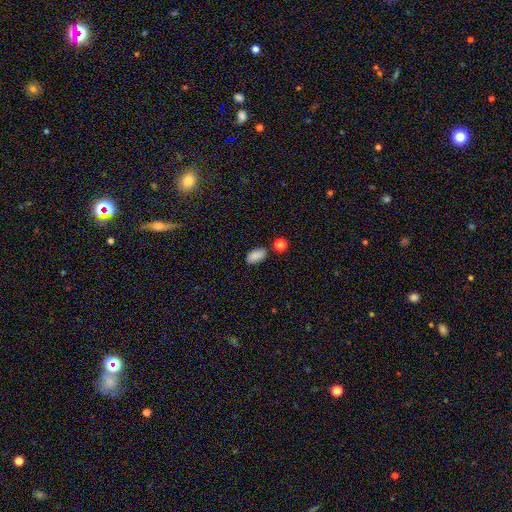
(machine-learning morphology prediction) type=smooth (87%); roundness=in between (93%); merging=none (81%).